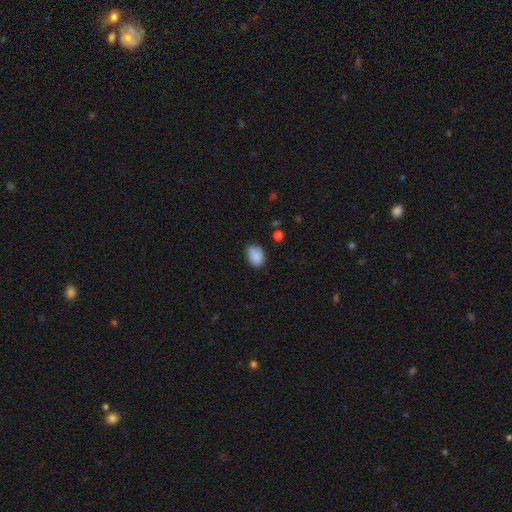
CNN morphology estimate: Overall: smooth (88%). How rounded: in between (81%). Merging: none (74%).